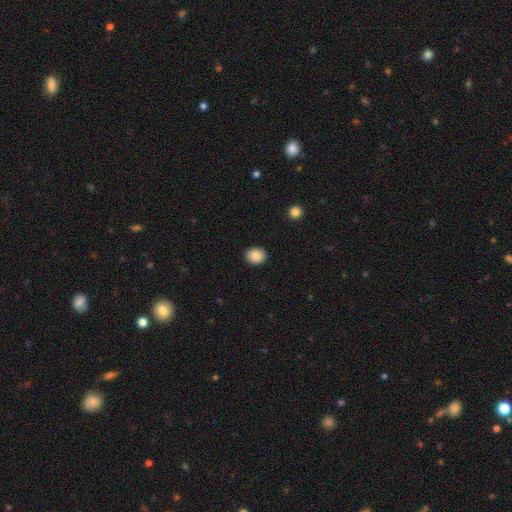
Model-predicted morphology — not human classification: Q: Smooth or featured?
A: smooth (89%); runner-up: star or artifact (8%)
Q: How rounded?
A: round (75%); runner-up: in between (25%)
Q: Merging?
A: none (91%); runner-up: minor disturbance (6%)